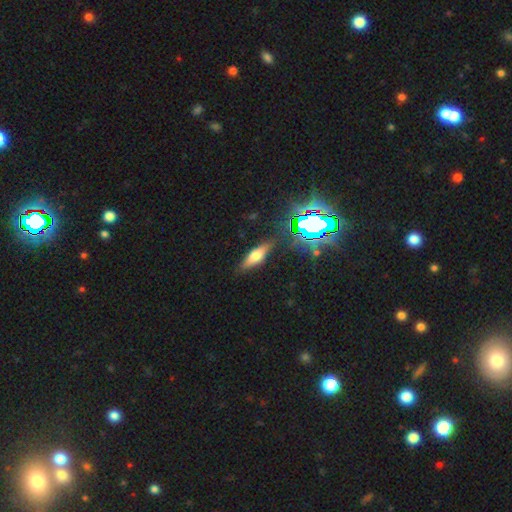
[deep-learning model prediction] The model was most divided on "how rounded": in between: 50%, cigar-shaped: 47%, round: 4%. More confident: merging — none (82%); smooth or featured — smooth (54%).